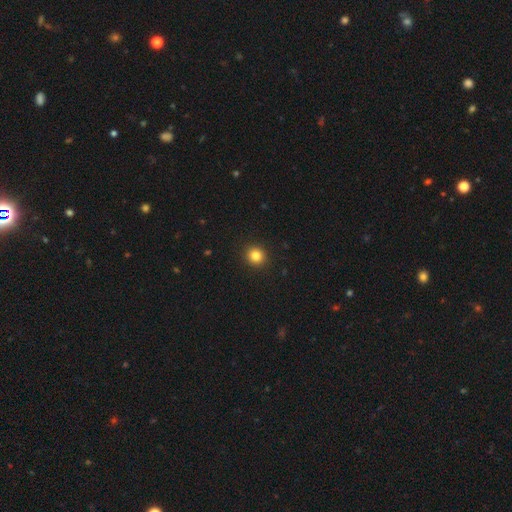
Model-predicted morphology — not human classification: Smooth or featured? smooth (83%)
How rounded? round (92%)
Merging? none (93%)